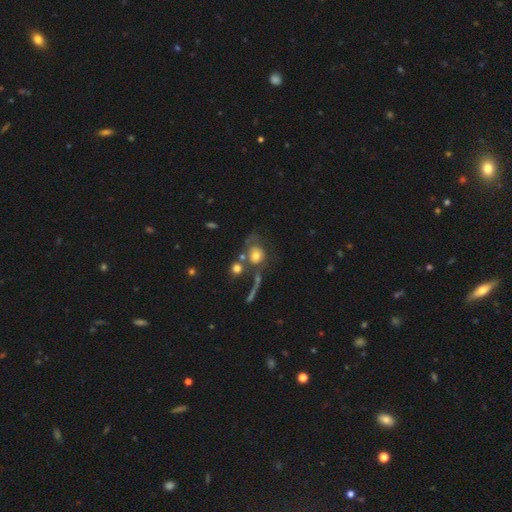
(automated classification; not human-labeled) Q: Smooth or featured?
A: smooth (56%); runner-up: featured or disk (33%)
Q: How rounded?
A: round (70%); runner-up: in between (28%)
Q: Merging?
A: none (40%); runner-up: merger (23%)